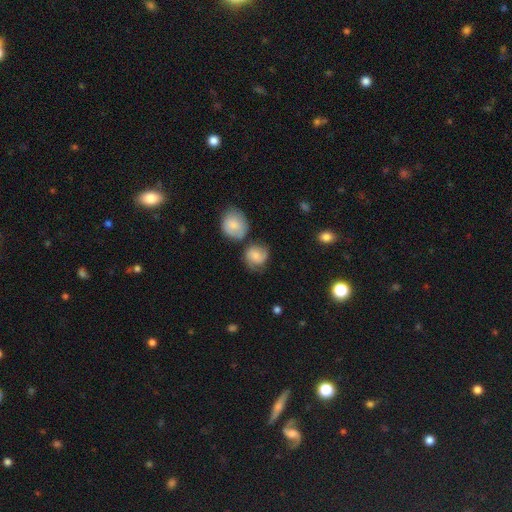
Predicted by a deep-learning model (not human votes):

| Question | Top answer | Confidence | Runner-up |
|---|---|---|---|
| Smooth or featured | smooth | 59% | featured or disk (33%) |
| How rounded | round | 75% | in between (24%) |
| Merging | none | 53% | minor disturbance (24%) |